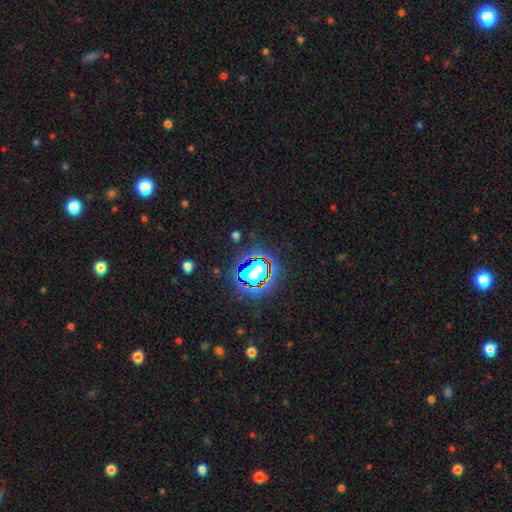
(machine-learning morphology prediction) smooth_or_featured: star or artifact (p=0.72) [alt: smooth p=0.17]